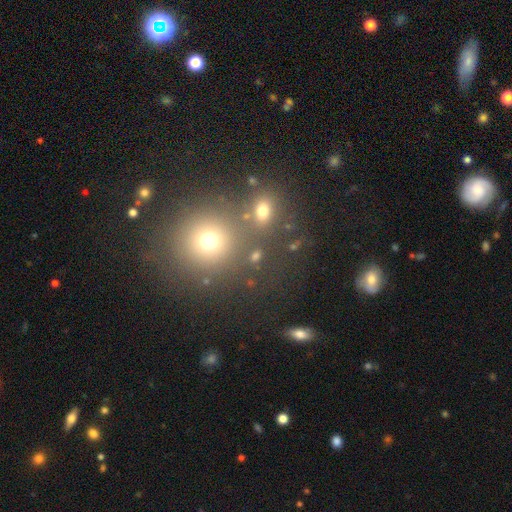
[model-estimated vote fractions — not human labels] Q: Smooth or featured?
A: smooth (57%); runner-up: star or artifact (32%)
Q: How rounded?
A: round (87%); runner-up: in between (12%)
Q: Merging?
A: none (67%); runner-up: merger (18%)